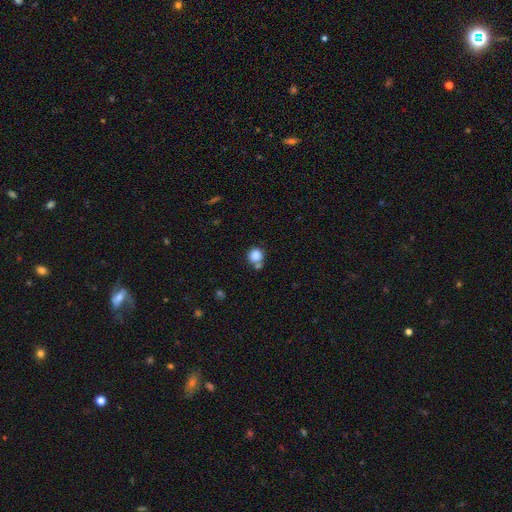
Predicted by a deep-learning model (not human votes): smooth 85%, star or artifact 10%, featured or disk 5%. Down the decision tree: how rounded — round (88%); merging — none (58%).